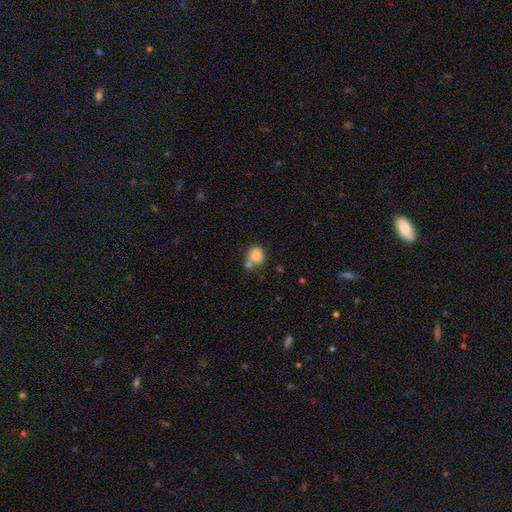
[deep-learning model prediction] Smooth or featured?
  - smooth: 84% *
  - star or artifact: 9%
  - featured or disk: 7%
How rounded?
  - round: 72% *
  - in between: 27%
  - cigar-shaped: 1%
Merging?
  - none: 47% *
  - merger: 34%
  - minor disturbance: 13%
  - major disturbance: 5%